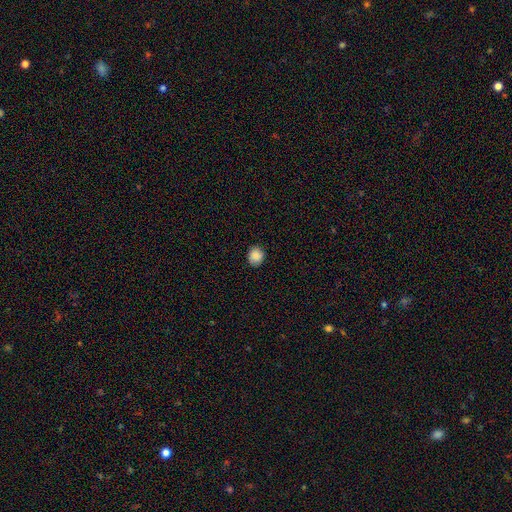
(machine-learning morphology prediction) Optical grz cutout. It shows a smooth galaxy with no disk features (87%) that is round (76%). Merging: none (87%).